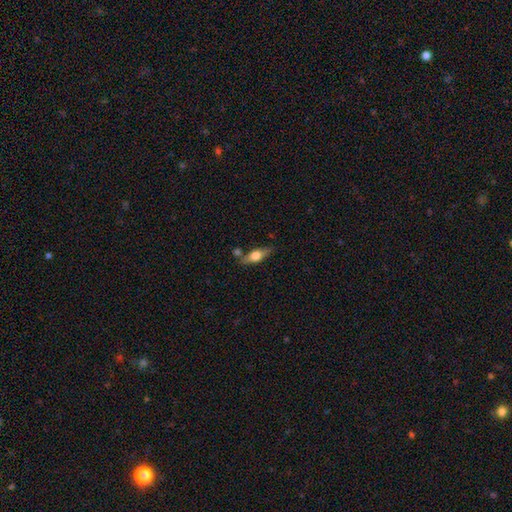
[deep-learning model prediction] smooth-or-featured: smooth: 48% | featured or disk: 45% | star or artifact: 6%
  merging: none: 71% | minor disturbance: 16% | merger: 9% | major disturbance: 4%